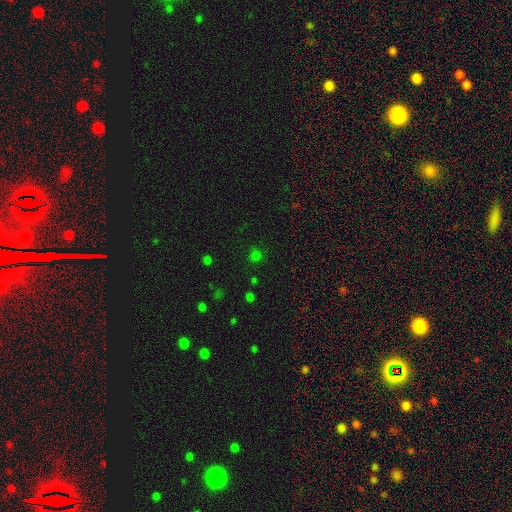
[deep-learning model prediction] Overall: smooth (63%; star or artifact 32%). How rounded: round (89%). Merging: none (83%).